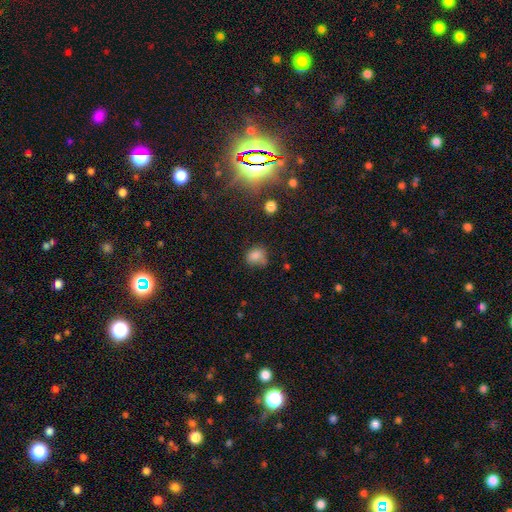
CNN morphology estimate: Q: Smooth or featured?
A: smooth (80%); runner-up: star or artifact (12%)
Q: How rounded?
A: round (55%); runner-up: in between (44%)
Q: Merging?
A: none (56%); runner-up: minor disturbance (27%)